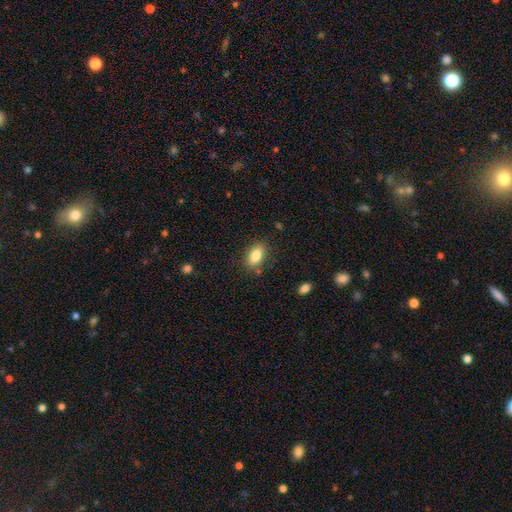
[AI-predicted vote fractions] A smooth galaxy with no disk features (83%) that is in between round and cigar-shaped (88%). Merging: none (83%).